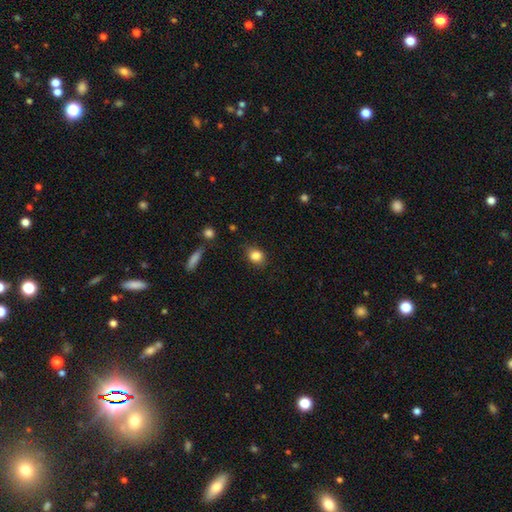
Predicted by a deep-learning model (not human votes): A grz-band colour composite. It shows a smooth galaxy with no disk features (85%) that is in between round and cigar-shaped (51%). Merging: none (80%).